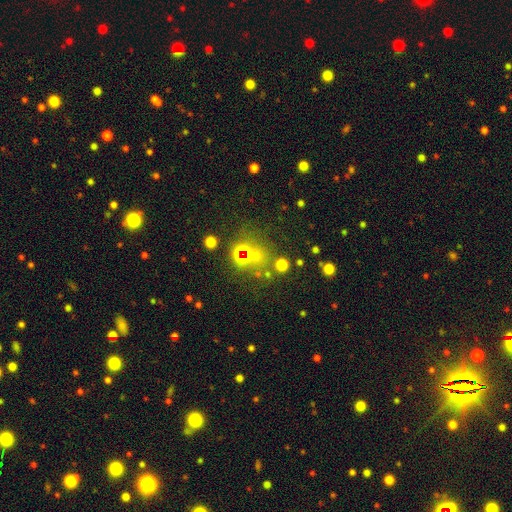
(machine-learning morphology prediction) type=smooth (44%, tied with star or artifact); merging=none (67%).